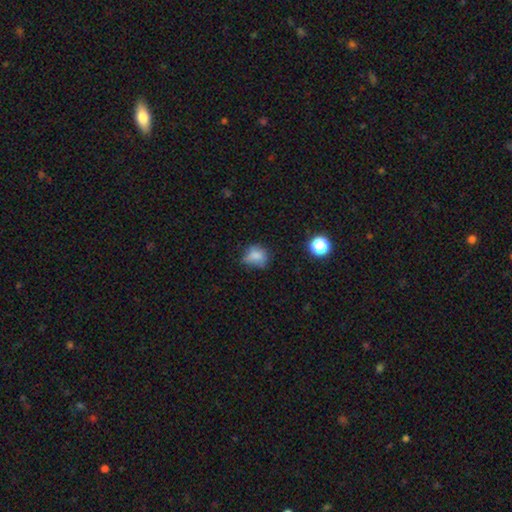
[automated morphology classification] Q: Smooth or featured?
A: smooth (73%); runner-up: star or artifact (14%)
Q: How rounded?
A: round (60%); runner-up: in between (38%)
Q: Merging?
A: none (45%); runner-up: minor disturbance (36%)